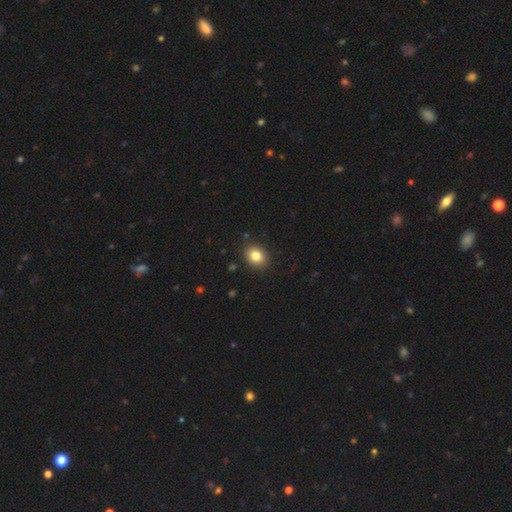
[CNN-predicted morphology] Q: Smooth or featured?
A: smooth (83%); runner-up: star or artifact (11%)
Q: How rounded?
A: round (58%); runner-up: in between (42%)
Q: Merging?
A: none (89%); runner-up: minor disturbance (8%)